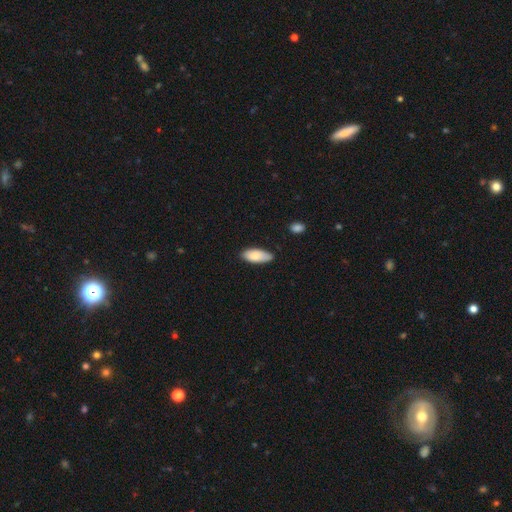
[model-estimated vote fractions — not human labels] Smooth or featured? smooth (82%)
How rounded? in between (85%)
Merging? none (79%)